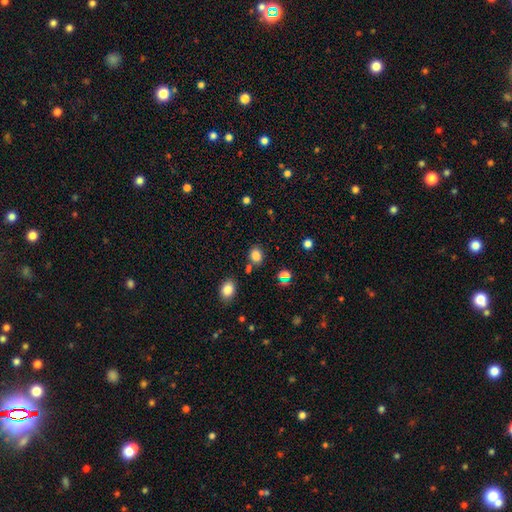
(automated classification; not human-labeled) A smooth galaxy with no disk features (82%) that is in between round and cigar-shaped (56%).

Vote fractions:
- Smooth or featured? smooth: 82% / star or artifact: 12% / featured or disk: 5%
- How rounded? in between: 56% / round: 43% / cigar-shaped: 1%
- Merging? none: 77% / minor disturbance: 12% / merger: 8% / major disturbance: 3%